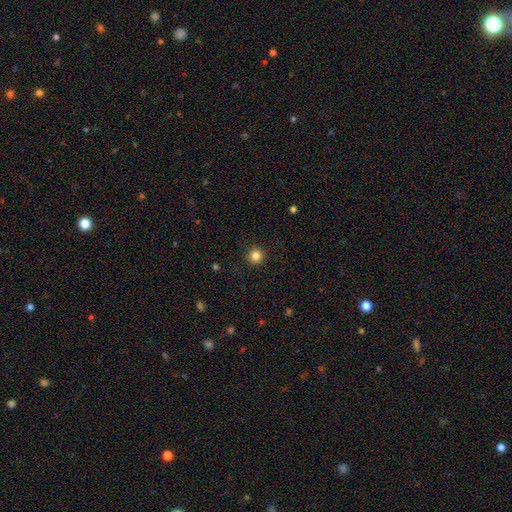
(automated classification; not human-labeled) smooth 85%, star or artifact 12%, featured or disk 4%. Down the decision tree: how rounded — round (95%); merging — none (92%).